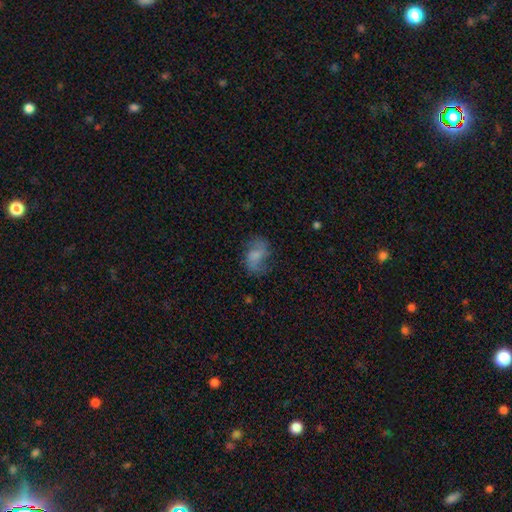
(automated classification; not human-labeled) Overall: smooth (47%; featured or disk 43%). Merging: none (61%; minor disturbance 23%).